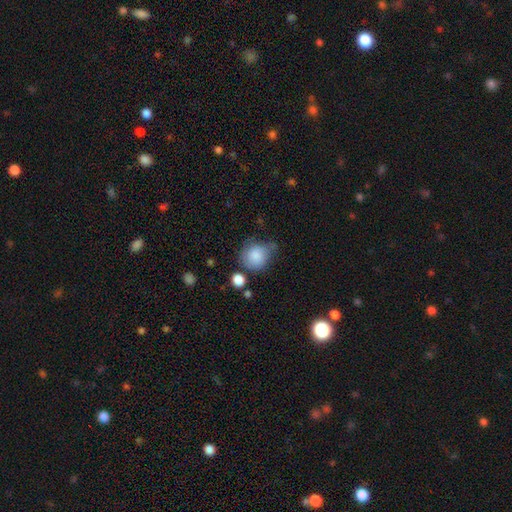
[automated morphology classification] smooth-or-featured: smooth: 81% | featured or disk: 10% | star or artifact: 8%
  how-rounded: round: 77% | in between: 22% | cigar-shaped: 1%
  merging: none: 44% | minor disturbance: 34% | major disturbance: 13% | merger: 9%